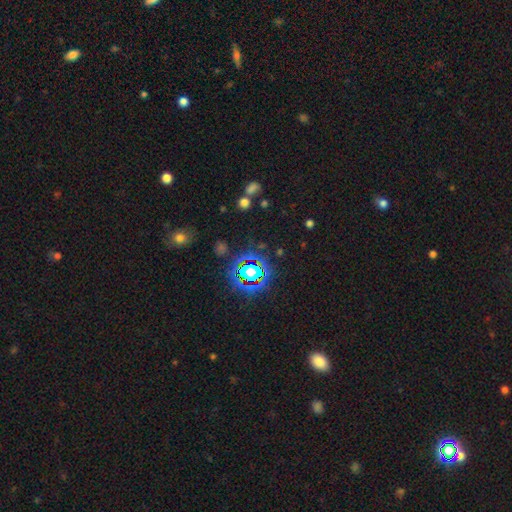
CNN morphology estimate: type=star or artifact (75%).